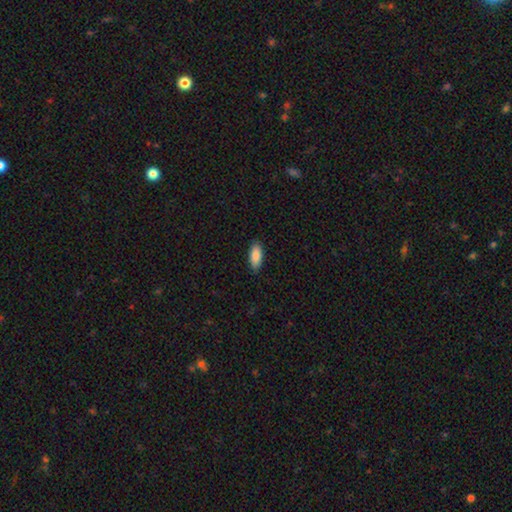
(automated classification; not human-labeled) Smooth or featured?
  - smooth: 88% *
  - featured or disk: 6%
  - star or artifact: 6%
How rounded?
  - in between: 84% *
  - cigar-shaped: 14%
  - round: 2%
Merging?
  - none: 88% *
  - minor disturbance: 9%
  - major disturbance: 2%
  - merger: 1%